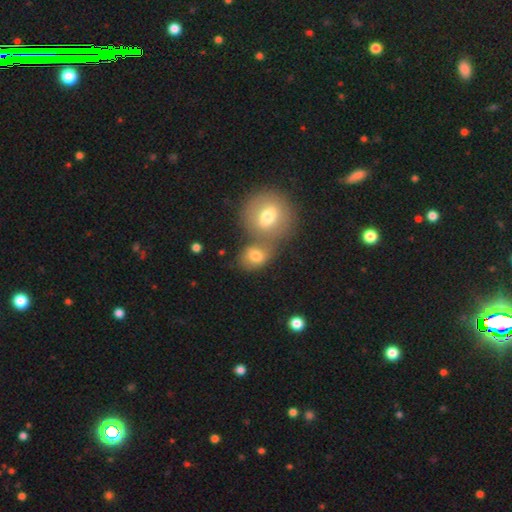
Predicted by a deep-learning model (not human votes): Smooth or featured? Predicted: smooth (p=0.73). How rounded? Predicted: round (p=0.59). Merging? Predicted: merger (p=0.50).